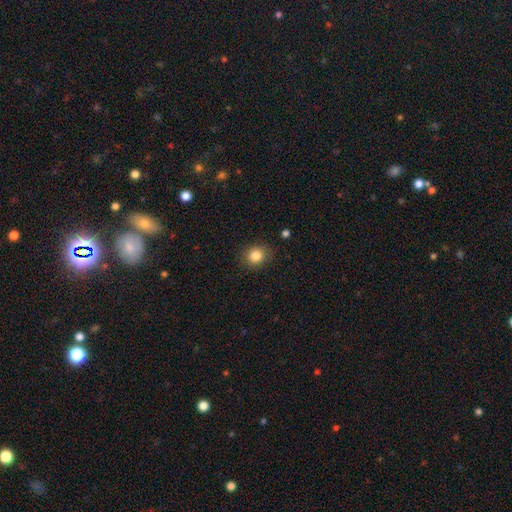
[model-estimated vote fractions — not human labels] Smooth or featured?
  - smooth: 83% *
  - star or artifact: 11%
  - featured or disk: 6%
How rounded?
  - round: 74% *
  - in between: 25%
  - cigar-shaped: 1%
Merging?
  - none: 86% *
  - minor disturbance: 10%
  - major disturbance: 3%
  - merger: 1%